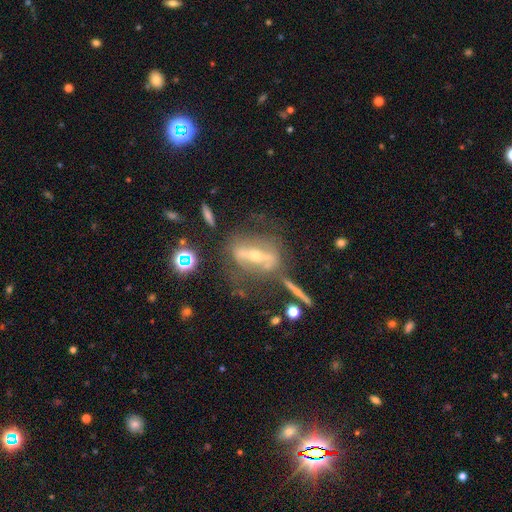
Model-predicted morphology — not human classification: A featured or disk galaxy (75%). Merging: none (54%).